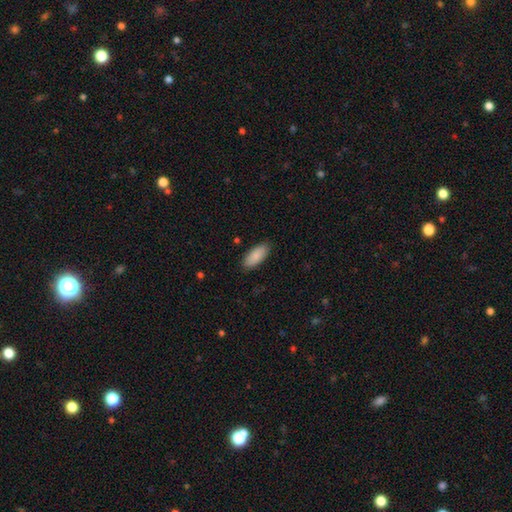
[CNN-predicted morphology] A smooth galaxy with no disk features (88%) that is in between round and cigar-shaped (86%). Merging: none (88%).